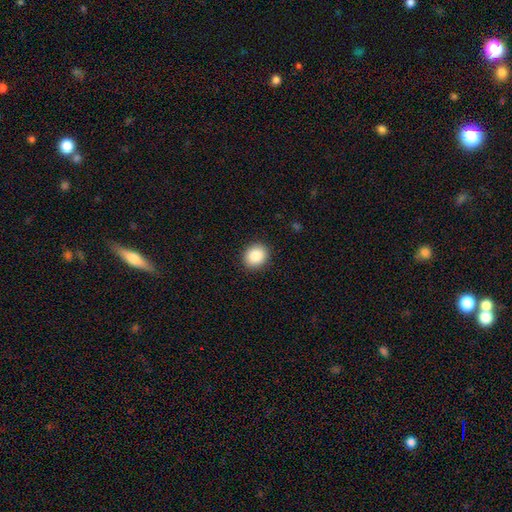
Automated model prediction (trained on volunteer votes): Smooth or featured: smooth — 88% (star or artifact — 8%)
How rounded: round — 69% (in between — 31%)
Merging: none — 90% (minor disturbance — 7%)